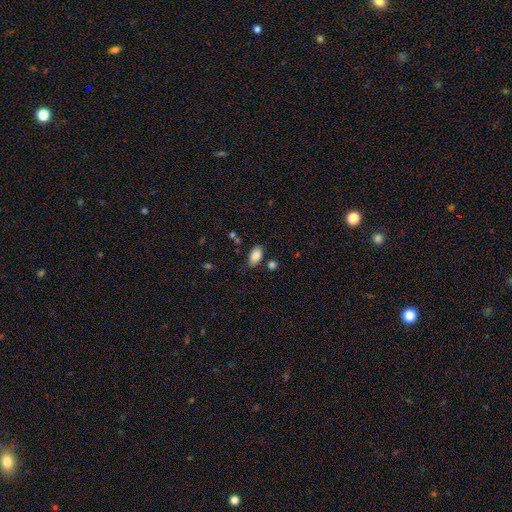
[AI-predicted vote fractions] Morphology: type=smooth (86%); roundness=in between (92%); merging=none (72%).